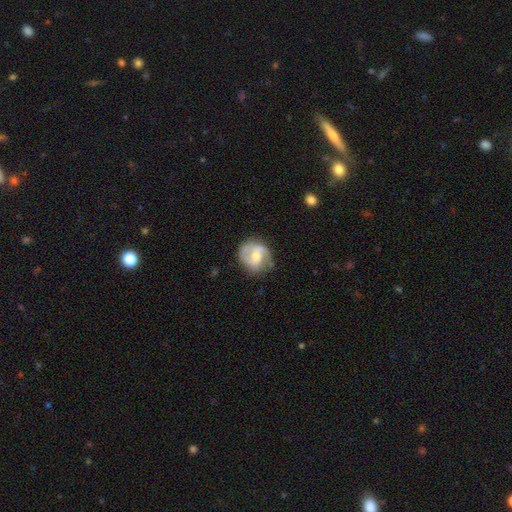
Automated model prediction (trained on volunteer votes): A featured or disk galaxy (65%) with a weak bar (45%), 2 (75%) medium (45%) spiral arms (83%) and a moderate central bulge (60%).

Vote fractions:
- Smooth or featured? featured or disk: 65% / smooth: 28% / star or artifact: 6%
- Edge-on disk? no: 97% / yes: 3%
- Bar? weak: 45% / no: 38% / strong: 17%
- Spiral arms? yes: 83% / no: 17%
- Spiral winding? medium: 45% / loose: 29% / tight: 26%
- Spiral arm count? 2: 75% / can't tell: 12% / 1: 8% / 3: 3% / 4: 1% / more than 4: 1%
- Bulge size? moderate: 60% / small: 34% / large: 3% / none: 2% / dominant: 1%
- Merging? none: 65% / minor disturbance: 24% / major disturbance: 9% / merger: 2%